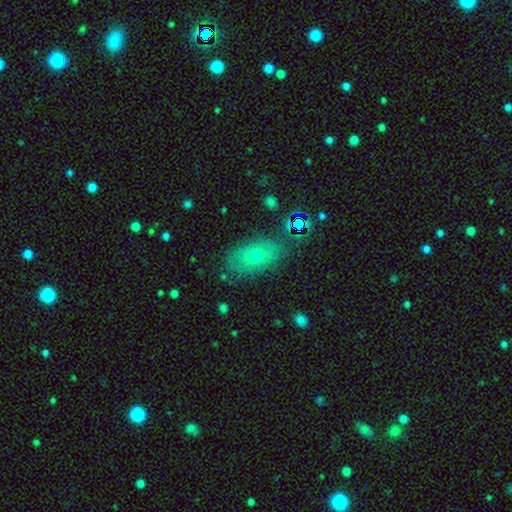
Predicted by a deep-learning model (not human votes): Smooth or featured? smooth (64%)
How rounded? in between (87%)
Merging? none (71%)